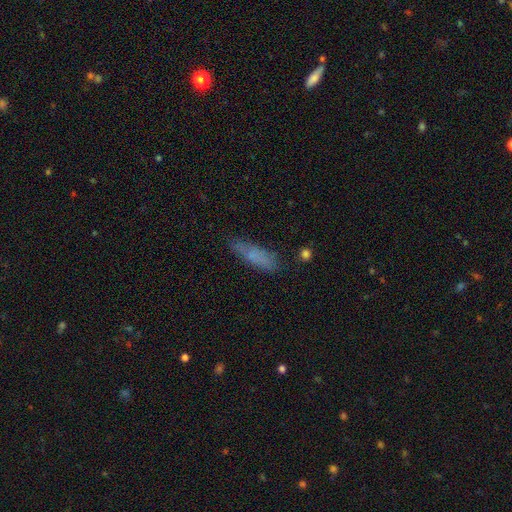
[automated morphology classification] This is likely a smooth galaxy (72%). How rounded: likely cigar-shaped (63%). Merging: likely none (72%).